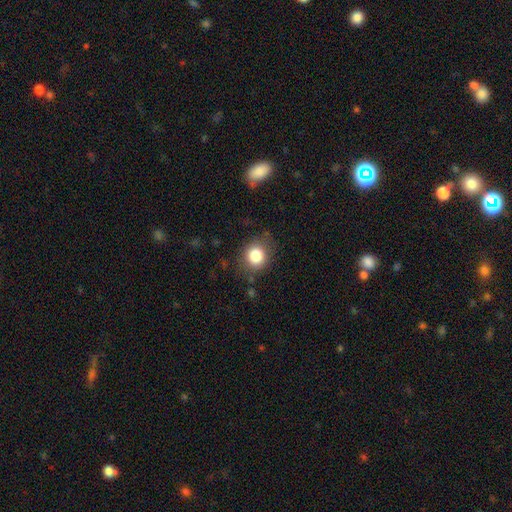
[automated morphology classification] smooth-or-featured: smooth: 83% | star or artifact: 10% | featured or disk: 7%
  how-rounded: round: 79% | in between: 20% | cigar-shaped: 1%
  merging: none: 80% | minor disturbance: 14% | major disturbance: 5% | merger: 2%